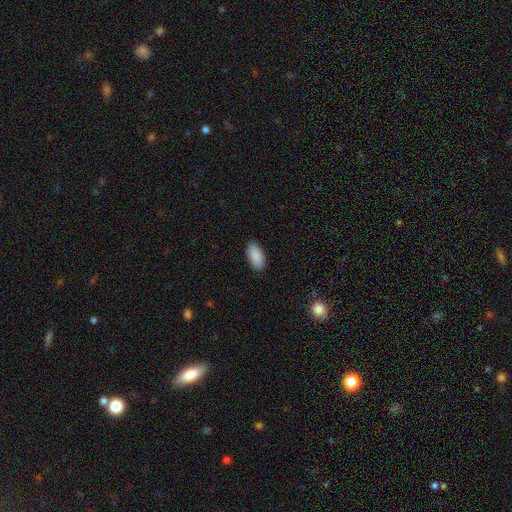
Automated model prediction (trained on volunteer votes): A smooth galaxy with no disk features (90%) that is in between round and cigar-shaped (93%). Merging: none (88%).